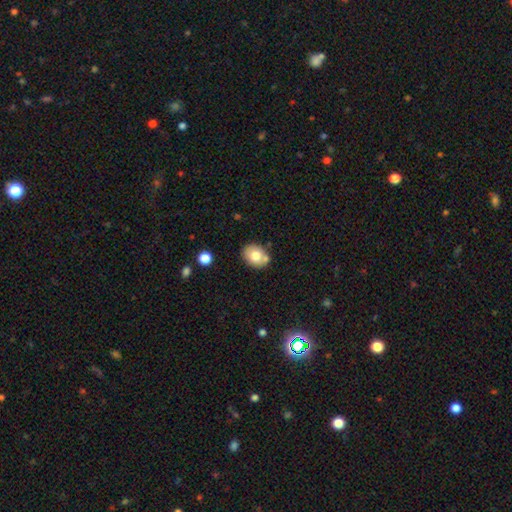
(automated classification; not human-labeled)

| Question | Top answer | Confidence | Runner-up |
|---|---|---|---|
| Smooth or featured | smooth | 73% | featured or disk (18%) |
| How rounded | in between | 60% | round (39%) |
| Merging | none | 70% | minor disturbance (15%) |